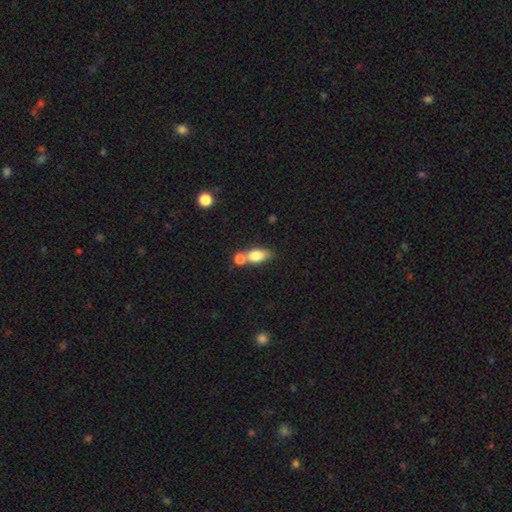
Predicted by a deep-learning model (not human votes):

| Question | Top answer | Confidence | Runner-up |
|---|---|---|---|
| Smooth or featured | smooth | 79% | featured or disk (13%) |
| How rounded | in between | 78% | round (14%) |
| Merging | merger | 45% | none (39%) |